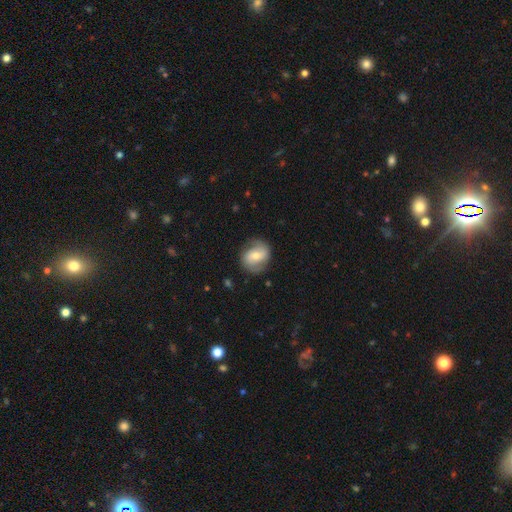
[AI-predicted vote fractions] This appears to be a featured or disk galaxy (54%) with a weak bar (39%), spiral arms (79%) and a moderate central bulge (53%). Merging: none (77%).